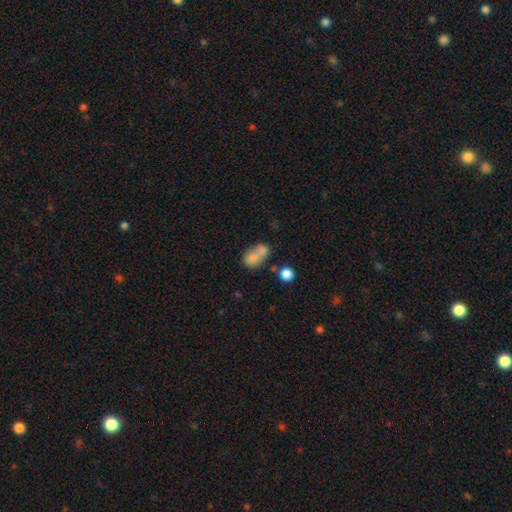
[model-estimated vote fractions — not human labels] Q: Smooth or featured?
A: smooth (75%); runner-up: featured or disk (15%)
Q: How rounded?
A: in between (62%); runner-up: round (36%)
Q: Merging?
A: merger (61%); runner-up: none (23%)